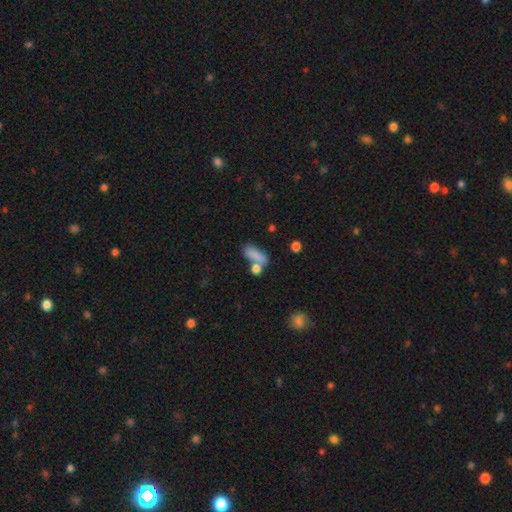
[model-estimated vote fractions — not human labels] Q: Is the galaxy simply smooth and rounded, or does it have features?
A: smooth — 81%.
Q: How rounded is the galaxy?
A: in between — 68%.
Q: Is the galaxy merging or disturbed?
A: none — 48%.